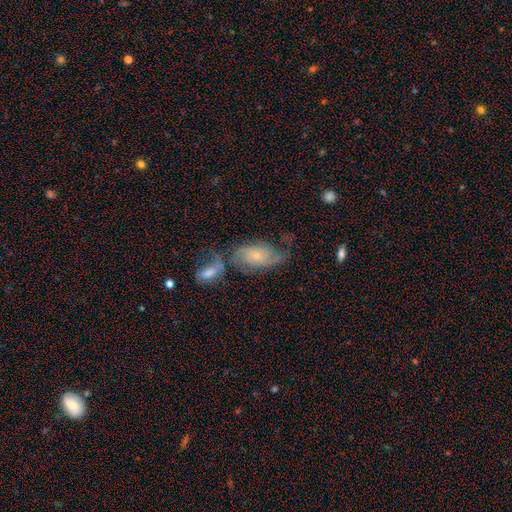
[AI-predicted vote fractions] The model was most divided on "spiral winding": medium: 39%, loose: 31%, tight: 30%. Remaining: edge-on disk — no (94%); spiral arms — yes (89%); bar — no (70%); smooth or featured — featured or disk (66%); bulge size — small (62%); spiral arm count — 2 (60%); merging — none (43%).